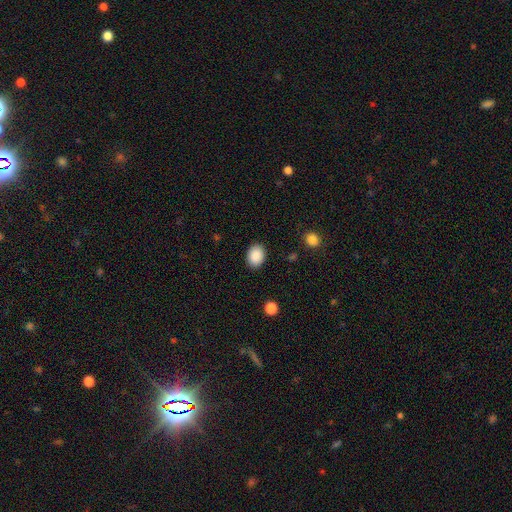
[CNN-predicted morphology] smooth 90%, star or artifact 8%, featured or disk 3%. Down the decision tree: how rounded — in between (65%); merging — none (89%).